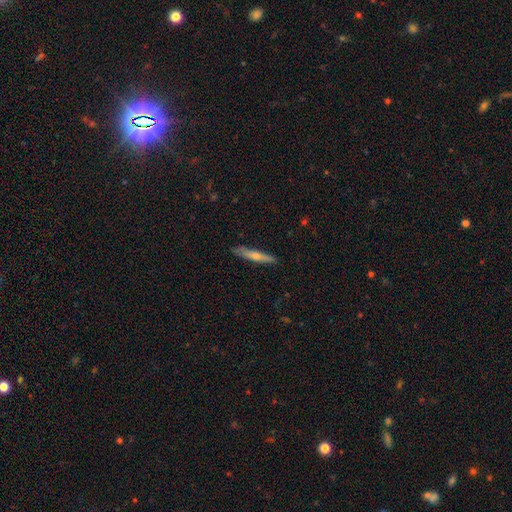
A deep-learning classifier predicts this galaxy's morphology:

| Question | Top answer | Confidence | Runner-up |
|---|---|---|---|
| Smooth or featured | featured or disk | 47% | tied: smooth (47%) |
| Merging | none | 88% | minor disturbance (9%) |